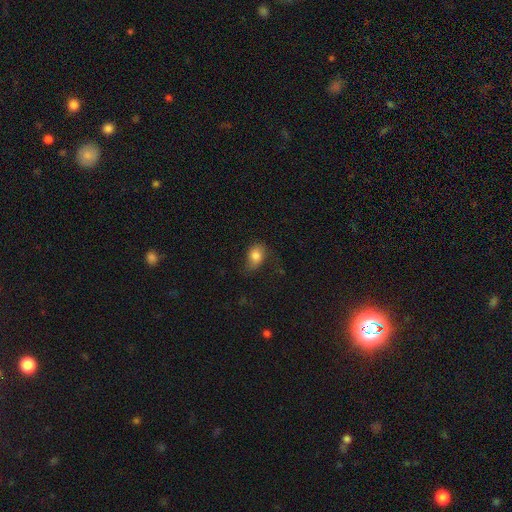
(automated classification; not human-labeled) Overall: smooth (81%). How rounded: in between (77%). Merging: none (54%; minor disturbance 30%).